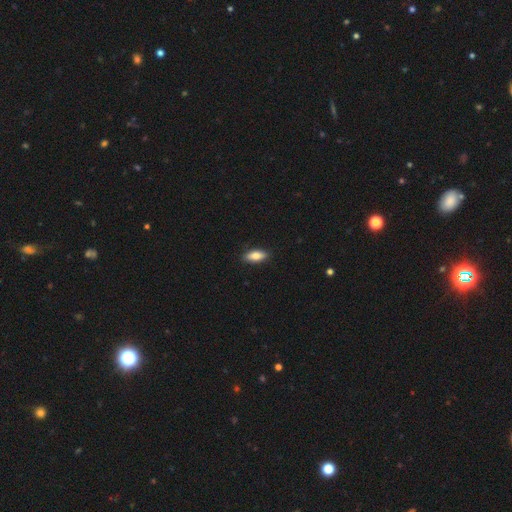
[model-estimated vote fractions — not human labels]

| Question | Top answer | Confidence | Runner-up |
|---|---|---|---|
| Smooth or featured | smooth | 78% | featured or disk (15%) |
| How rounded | in between | 75% | cigar-shaped (22%) |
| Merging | none | 88% | minor disturbance (9%) |